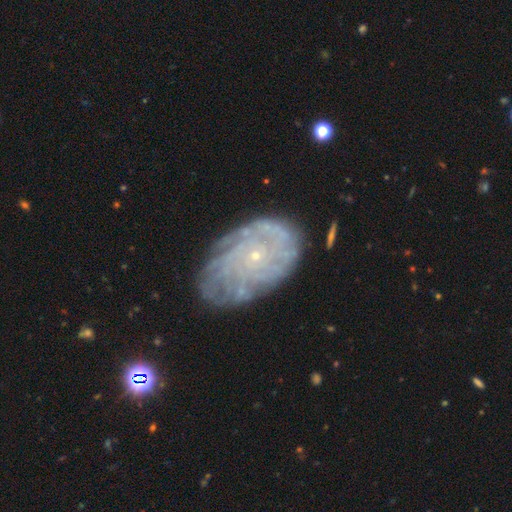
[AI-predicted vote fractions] Smooth or featured? featured or disk (79%)
Edge-on disk? no (96%)
Bar? no (84%)
Spiral arms? yes (90%)
Spiral winding? tight (74%)
Spiral arm count? can't tell (41%)
Bulge size? small (89%)
Merging? none (75%)